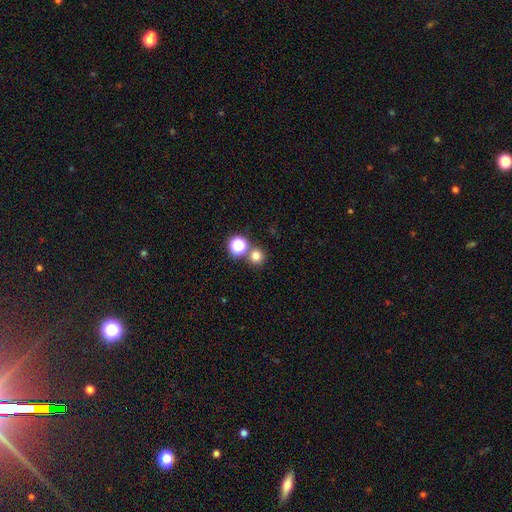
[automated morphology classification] type=smooth (76%); roundness=round (93%); merging=none (74%).